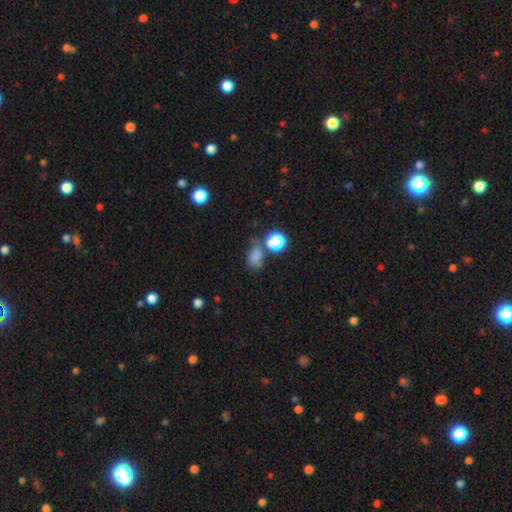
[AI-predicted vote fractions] Smooth or featured? smooth (73%)
How rounded? in between (65%)
Merging? none (47%)